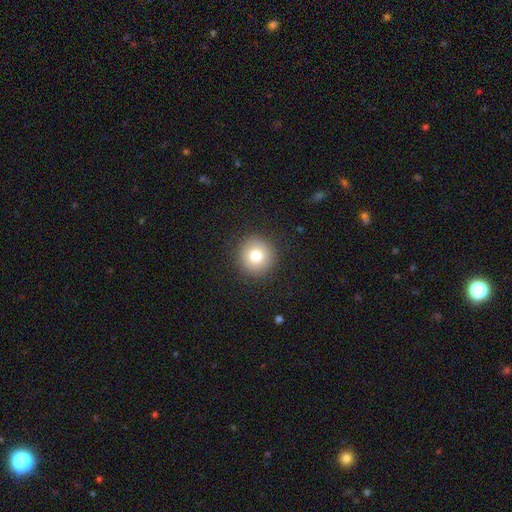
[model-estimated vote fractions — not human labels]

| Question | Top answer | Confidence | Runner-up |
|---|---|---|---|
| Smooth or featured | smooth | 79% | featured or disk (11%) |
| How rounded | round | 94% | in between (5%) |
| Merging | none | 91% | minor disturbance (6%) |